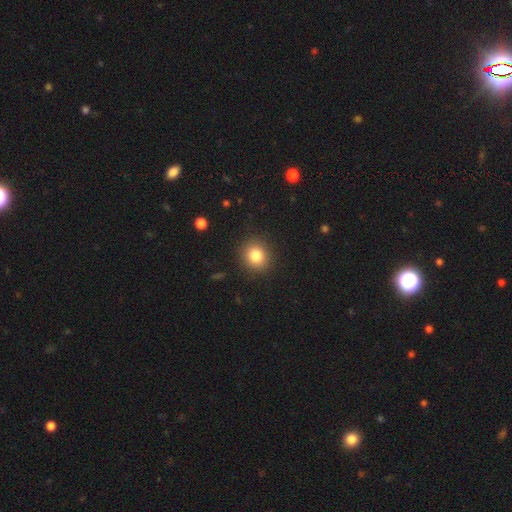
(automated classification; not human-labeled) This is clearly a smooth galaxy (83%). How rounded: clearly round (84%). Merging: clearly none (90%).